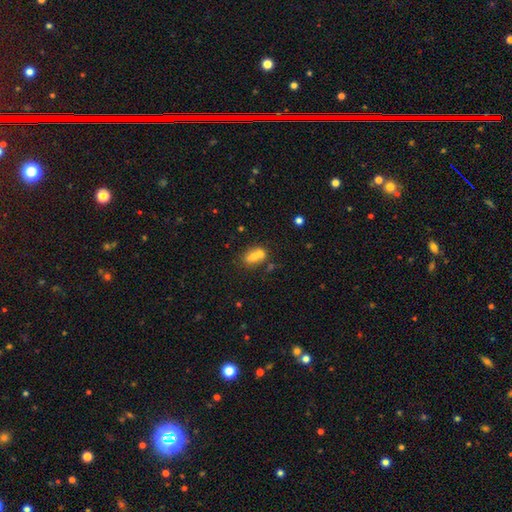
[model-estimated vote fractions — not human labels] A smooth galaxy with no disk features (64%) that is in between round and cigar-shaped (64%). Merging: merger (53%).